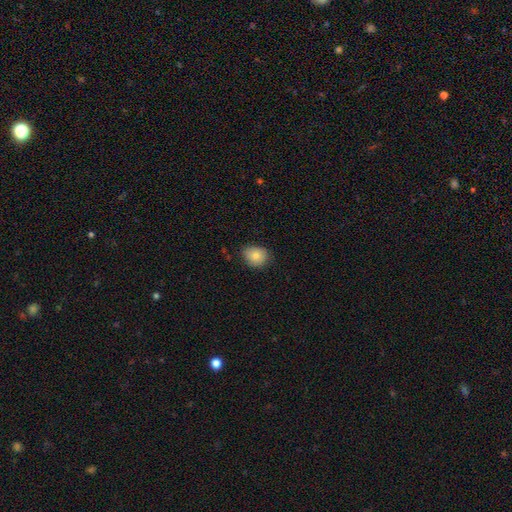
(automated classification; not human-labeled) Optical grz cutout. It shows a smooth galaxy with no disk features (82%) that is round (61%). Merging: none (77%).